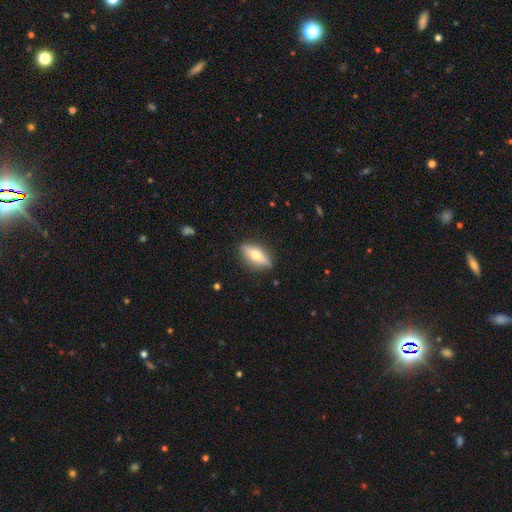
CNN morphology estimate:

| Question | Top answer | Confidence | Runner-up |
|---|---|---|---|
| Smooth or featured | smooth | 55% | featured or disk (39%) |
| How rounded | in between | 64% | cigar-shaped (33%) |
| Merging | none | 85% | minor disturbance (11%) |